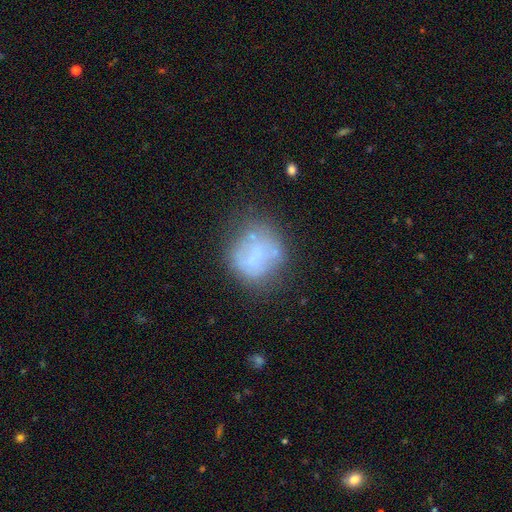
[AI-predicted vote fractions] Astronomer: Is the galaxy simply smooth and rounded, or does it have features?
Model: smooth — 48% (runner-up: featured or disk, 41%).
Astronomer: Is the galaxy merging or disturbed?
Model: none — 48% (runner-up: minor disturbance, 24%).